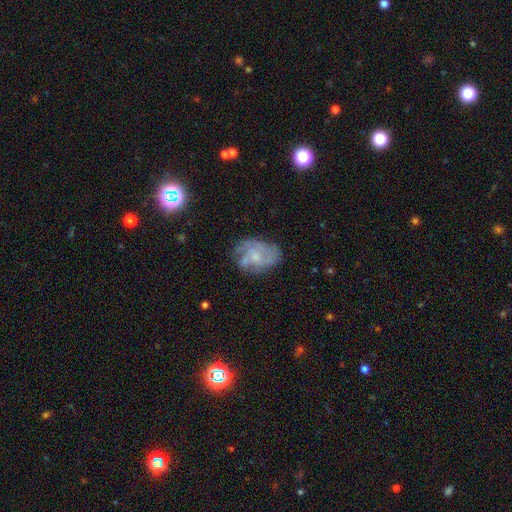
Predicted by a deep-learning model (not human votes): A featured or disk galaxy (67%) with no bar (74%), medium (41%) spiral arms (78%) and a small central bulge (62%).

Vote fractions:
- Smooth or featured? featured or disk: 67% / smooth: 23% / star or artifact: 10%
- Edge-on disk? no: 97% / yes: 3%
- Bar? no: 74% / weak: 23% / strong: 3%
- Spiral arms? yes: 78% / no: 22%
- Spiral winding? medium: 41% / tight: 38% / loose: 21%
- Spiral arm count? can't tell: 39% / 3: 22% / 4: 18% / 2: 11% / more than 4: 6% / 1: 5%
- Bulge size? small: 62% / moderate: 26% / none: 10% / large: 2% / dominant: 1%
- Merging? none: 59% / minor disturbance: 24% / major disturbance: 14% / merger: 3%